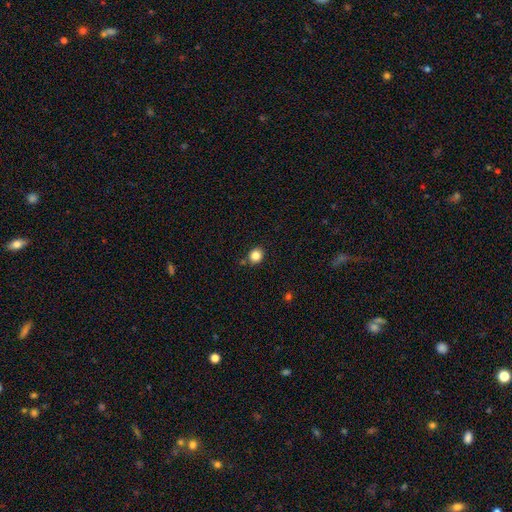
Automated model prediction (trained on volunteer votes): A smooth galaxy with no disk features (84%) that is round (75%). Merging: none (84%).